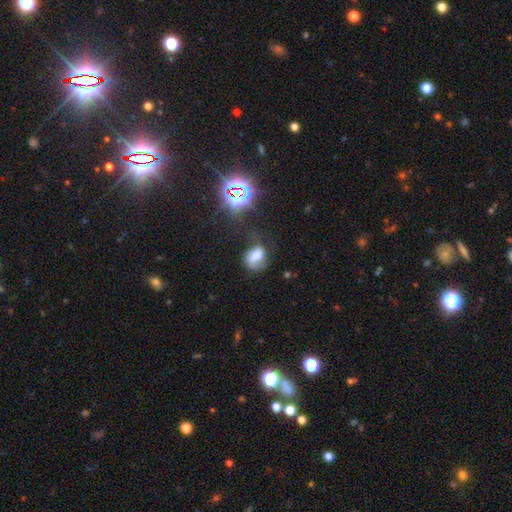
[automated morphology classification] type=smooth (56%); roundness=in between (62%); merging=none (36%).